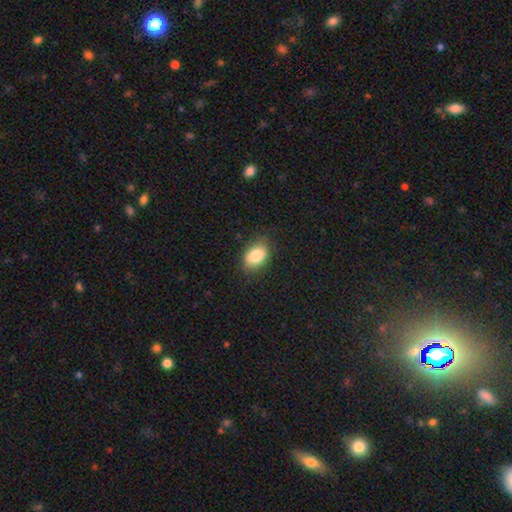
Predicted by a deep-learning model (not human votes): smooth 84%, featured or disk 9%, star or artifact 8%. Down the decision tree: how rounded — in between (85%); merging — none (82%).